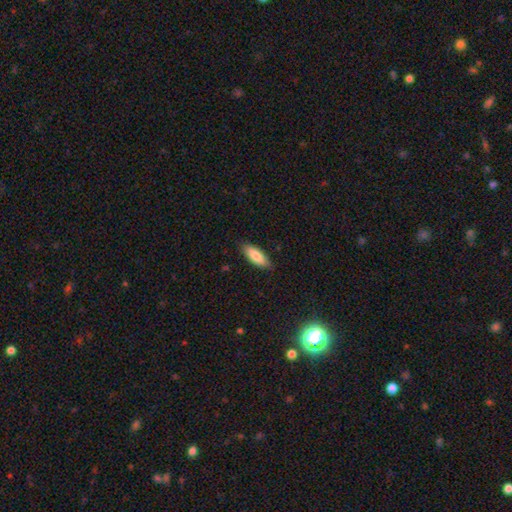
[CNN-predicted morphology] Smooth or featured: smooth — 83% (featured or disk — 11%)
How rounded: in between — 68% (cigar-shaped — 30%)
Merging: none — 86% (minor disturbance — 11%)